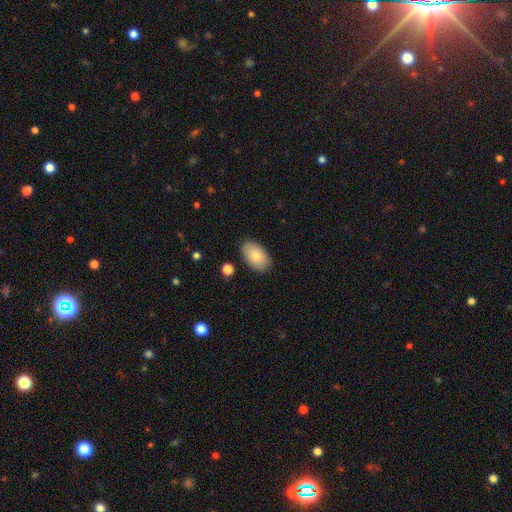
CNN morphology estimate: Smooth or featured: smooth — 81% (featured or disk — 13%)
How rounded: in between — 94% (round — 5%)
Merging: none — 86% (minor disturbance — 10%)